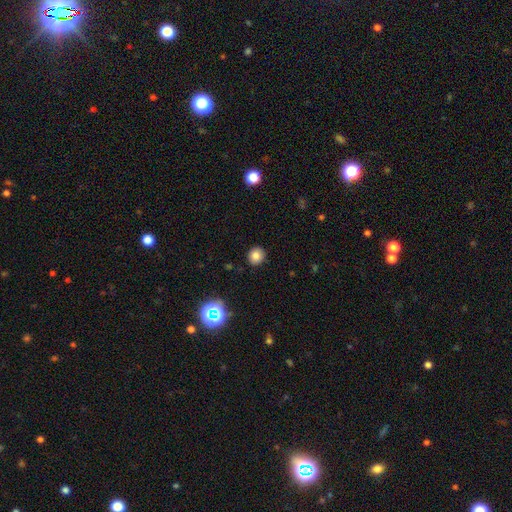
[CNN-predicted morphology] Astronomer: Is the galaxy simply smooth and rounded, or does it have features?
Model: smooth — 79%.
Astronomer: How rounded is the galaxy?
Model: round — 83%.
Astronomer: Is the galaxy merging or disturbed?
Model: none — 90%.